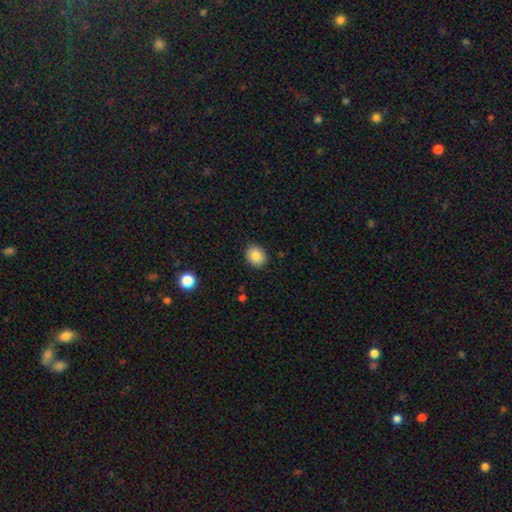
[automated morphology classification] smooth_or_featured: smooth (p=0.85) [alt: star or artifact p=0.09]
how_rounded: round (p=0.52) [alt: in between p=0.47]
merging: none (p=0.88) [alt: minor disturbance p=0.09]